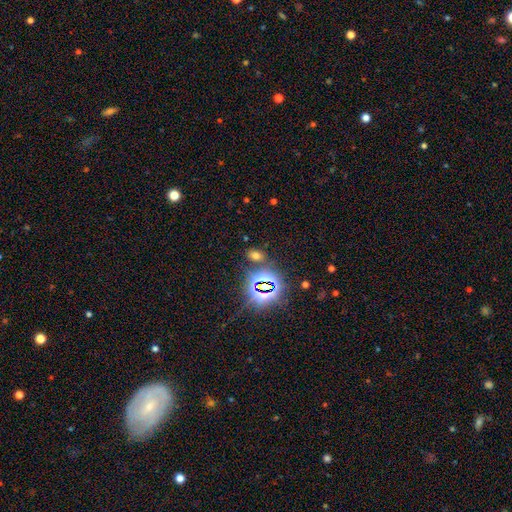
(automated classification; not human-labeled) Q: Smooth or featured?
A: smooth (50%); runner-up: star or artifact (42%)
Q: Merging?
A: none (81%); runner-up: minor disturbance (9%)